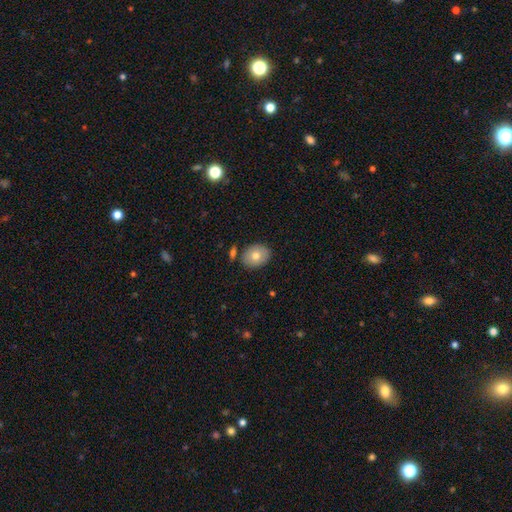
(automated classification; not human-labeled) Smooth or featured? Predicted: smooth (p=0.75). How rounded? Predicted: in between (p=0.63). Merging? Predicted: none (p=0.81).